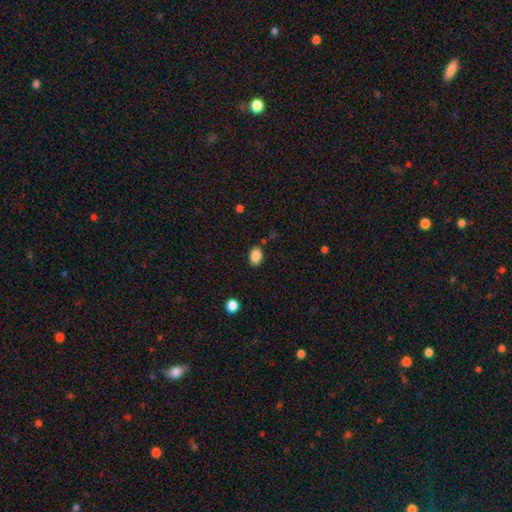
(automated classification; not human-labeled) A smooth galaxy with no disk features (87%) that is in between round and cigar-shaped (78%). Merging: none (83%).